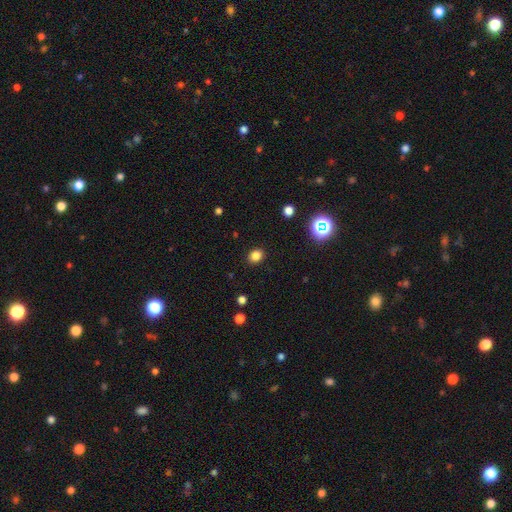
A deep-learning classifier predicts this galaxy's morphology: A smooth galaxy with no disk features (82%) that is round (57%).

Vote fractions:
- Smooth or featured? smooth: 82% / star or artifact: 14% / featured or disk: 4%
- How rounded? round: 57% / in between: 43% / cigar-shaped: 1%
- Merging? none: 90% / minor disturbance: 7% / major disturbance: 2% / merger: 1%